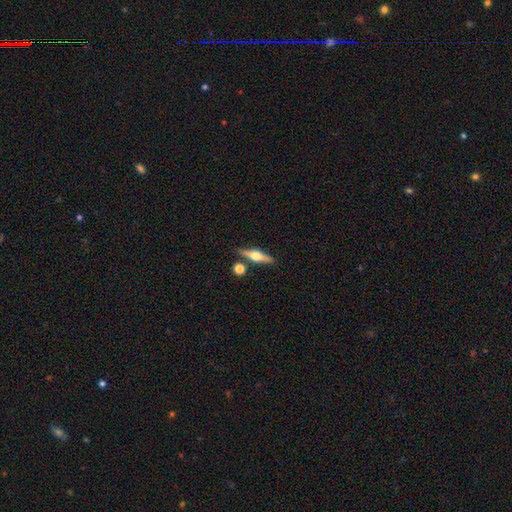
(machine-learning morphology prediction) featured or disk 62%, smooth 32%, star or artifact 7%. Down the decision tree: edge-on disk — yes (95%); edge-on bulge — rounded (95%); merging — none (79%).